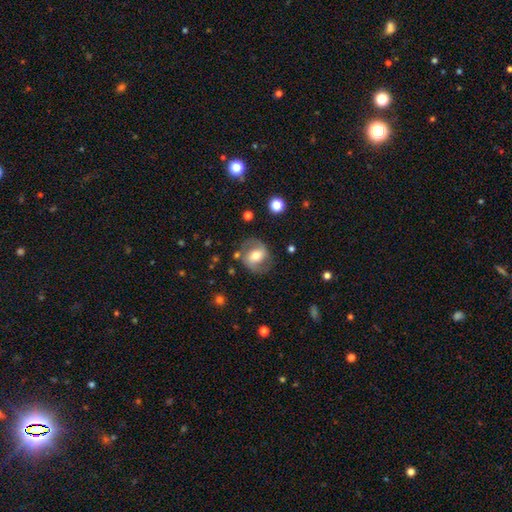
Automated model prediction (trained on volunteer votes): featured or disk 65%, smooth 28%, star or artifact 7%. Down the decision tree: edge-on disk — no (97%); bar — weak (39%); spiral arms — yes (81%); spiral arm count — 2 (88%); spiral winding — medium (51%); bulge size — moderate (67%); merging — none (78%).